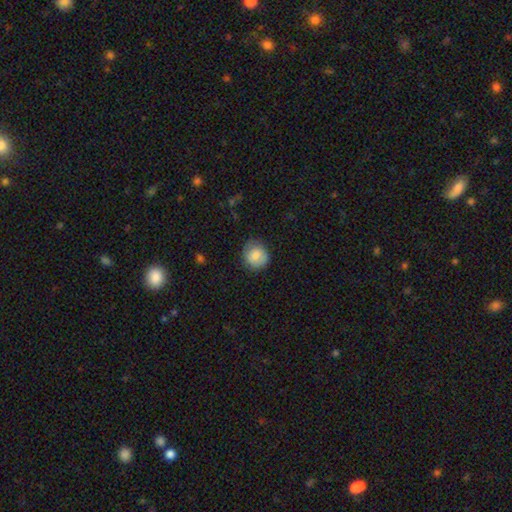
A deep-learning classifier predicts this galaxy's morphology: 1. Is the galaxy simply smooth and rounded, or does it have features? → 82% smooth, 11% featured or disk, 7% star or artifact.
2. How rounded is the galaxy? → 85% round, 14% in between, 1% cigar-shaped.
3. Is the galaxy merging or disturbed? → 77% none, 18% minor disturbance, 4% major disturbance, 1% merger.